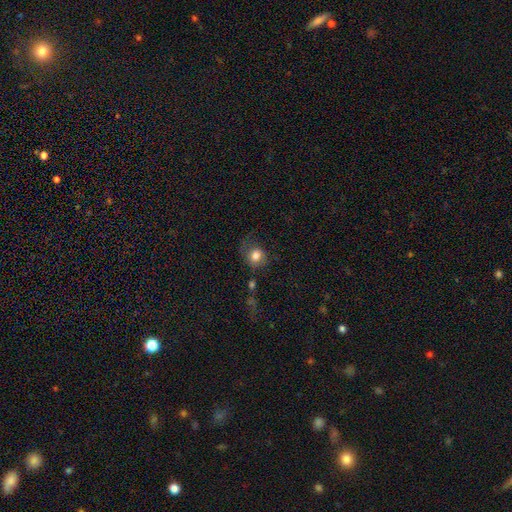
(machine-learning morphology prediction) smooth 78%, featured or disk 13%, star or artifact 10%. Down the decision tree: how rounded — round (73%); merging — none (52%).